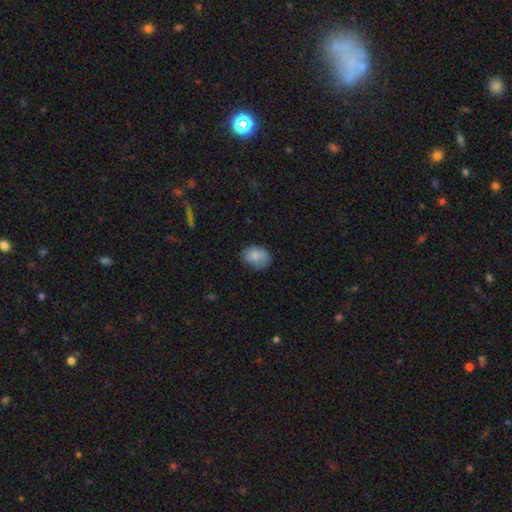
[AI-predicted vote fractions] Morphology: type=smooth (85%); roundness=in between (64%); merging=none (73%).